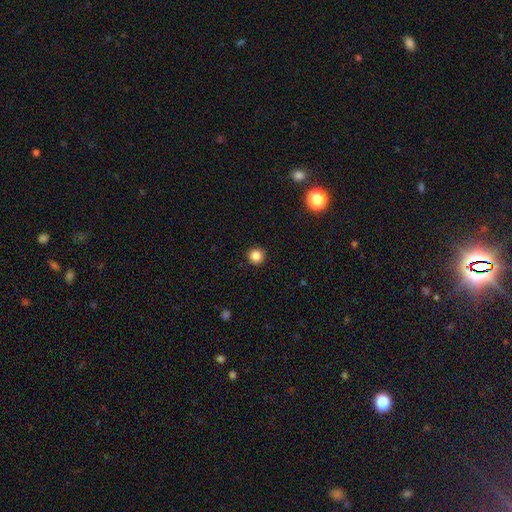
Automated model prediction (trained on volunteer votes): This is clearly a smooth galaxy (84%). How rounded: clearly round (95%). Merging: clearly none (93%).